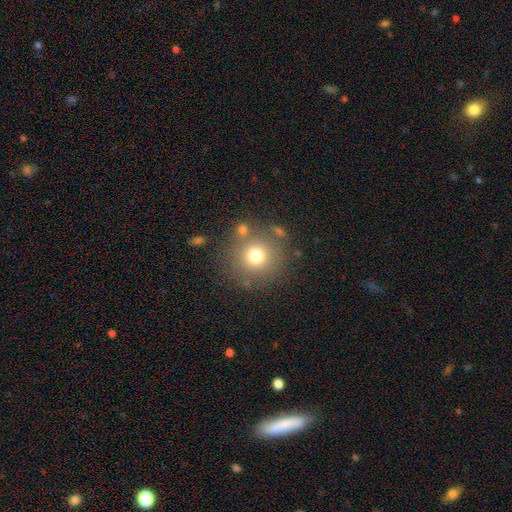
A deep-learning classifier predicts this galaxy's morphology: This is likely a smooth galaxy (74%). How rounded: clearly round (94%). Merging: likely none (78%).